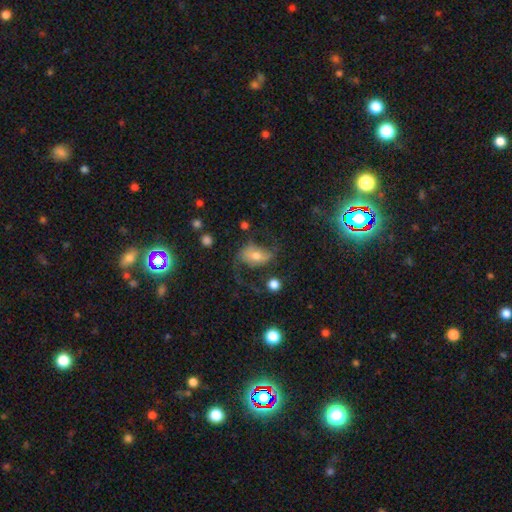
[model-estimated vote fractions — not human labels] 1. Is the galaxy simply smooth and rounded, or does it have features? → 61% featured or disk, 29% smooth, 10% star or artifact.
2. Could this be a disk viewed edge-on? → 95% no, 5% yes.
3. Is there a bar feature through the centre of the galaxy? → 43% no, 35% weak, 22% strong.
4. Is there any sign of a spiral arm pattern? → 84% yes, 16% no.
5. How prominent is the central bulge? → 64% moderate, 26% small, 7% large, 2% none, 2% dominant.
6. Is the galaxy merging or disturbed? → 54% none, 22% major disturbance, 20% minor disturbance, 3% merger.